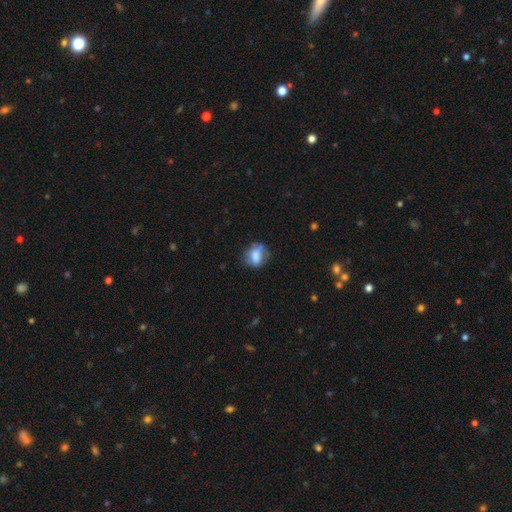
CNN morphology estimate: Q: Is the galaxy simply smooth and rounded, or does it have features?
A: smooth — 66%.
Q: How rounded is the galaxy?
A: in between — 56%.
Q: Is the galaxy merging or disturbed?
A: none — 59%.